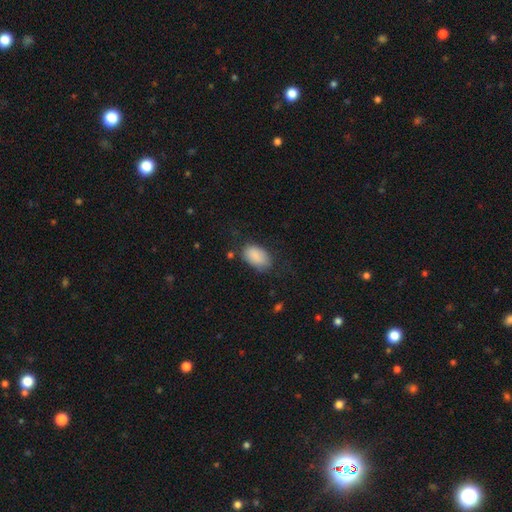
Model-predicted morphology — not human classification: smooth-or-featured: smooth: 88% | star or artifact: 7% | featured or disk: 5%
  how-rounded: in between: 92% | round: 6% | cigar-shaped: 1%
  merging: none: 69% | minor disturbance: 21% | major disturbance: 8% | merger: 2%